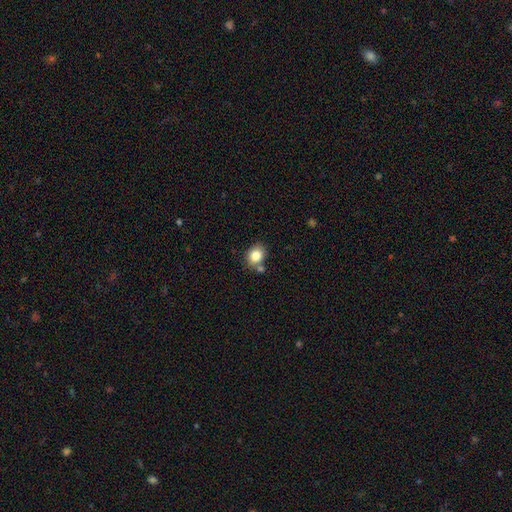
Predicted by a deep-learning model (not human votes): Smooth or featured?
  - smooth: 83% *
  - star or artifact: 10%
  - featured or disk: 7%
How rounded?
  - round: 59% *
  - in between: 40%
  - cigar-shaped: 1%
Merging?
  - none: 69% *
  - merger: 15%
  - minor disturbance: 13%
  - major disturbance: 3%